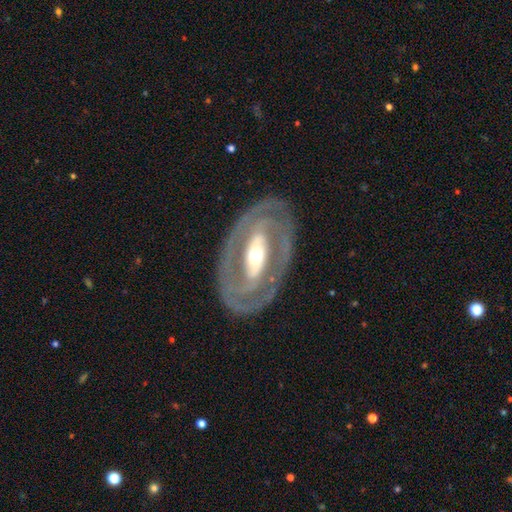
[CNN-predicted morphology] Q: Smooth or featured?
A: featured or disk (86%); runner-up: smooth (10%)
Q: Edge-on disk?
A: no (93%); runner-up: yes (7%)
Q: Bar?
A: strong (54%); runner-up: weak (26%)
Q: Spiral arms?
A: yes (80%); runner-up: no (20%)
Q: Spiral winding?
A: tight (65%); runner-up: medium (28%)
Q: Spiral arm count?
A: 2 (73%); runner-up: can't tell (14%)
Q: Bulge size?
A: moderate (60%); runner-up: small (28%)
Q: Merging?
A: none (83%); runner-up: minor disturbance (11%)